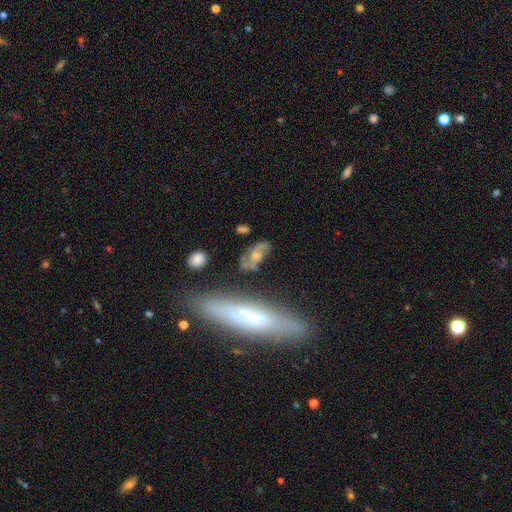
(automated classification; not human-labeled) smooth_or_featured: featured or disk (p=0.55) [alt: smooth p=0.35]
disk_edge_on: no (p=0.84) [alt: yes p=0.16]
merging: none (p=0.54) [alt: minor disturbance p=0.23]